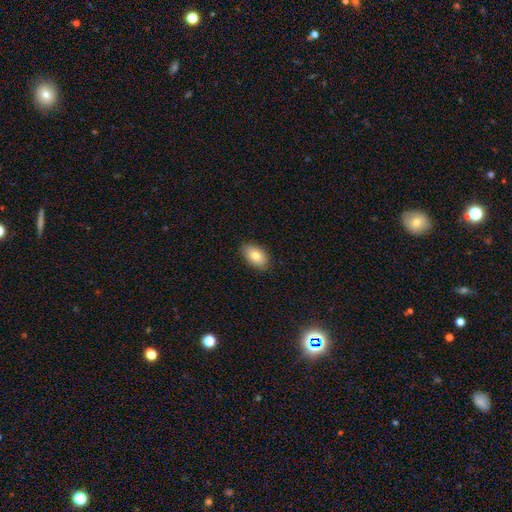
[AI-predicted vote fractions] Morphology: type=smooth (79%); roundness=in between (91%); merging=none (86%).